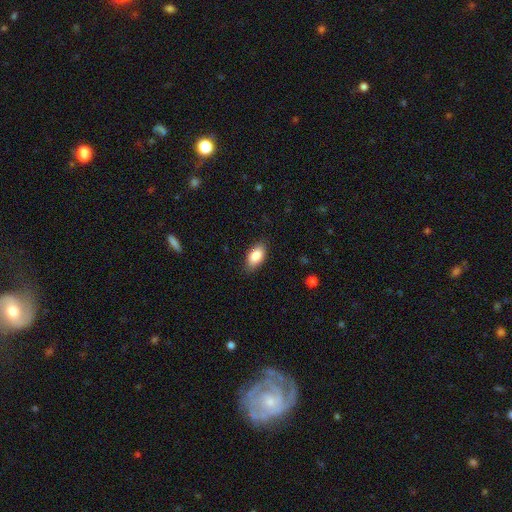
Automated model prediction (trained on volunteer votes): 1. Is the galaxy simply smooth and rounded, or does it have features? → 86% smooth, 7% featured or disk, 7% star or artifact.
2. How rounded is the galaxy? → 92% in between, 5% round, 3% cigar-shaped.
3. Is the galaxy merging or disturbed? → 83% none, 13% minor disturbance, 3% major disturbance, 1% merger.